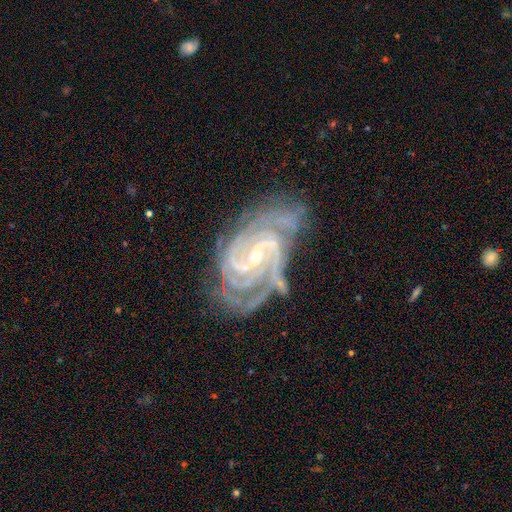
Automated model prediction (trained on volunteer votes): This is clearly a featured or disk galaxy (92%). It is clearly not viewed edge-on (98%). Bar: marginally weak (44%). Spiral arm pattern: clearly yes (99%). Spiral arm count: marginally 3 (29%). Spiral winding: likely tight (62%). Central bulge: likely small (77%). Merging: likely none (63%).